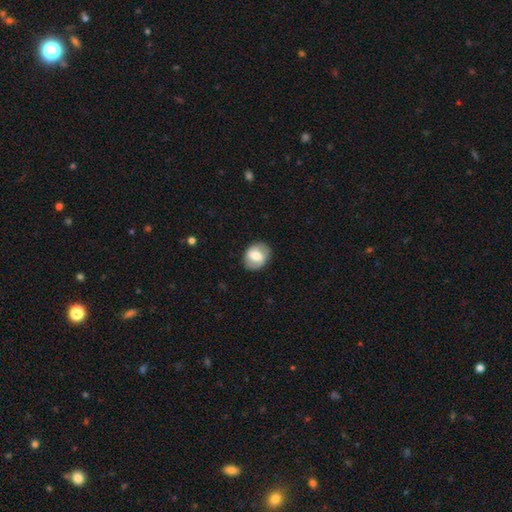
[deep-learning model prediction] smooth 51%, featured or disk 42%, star or artifact 7%. Down the decision tree: how rounded — in between (54%); merging — none (83%).